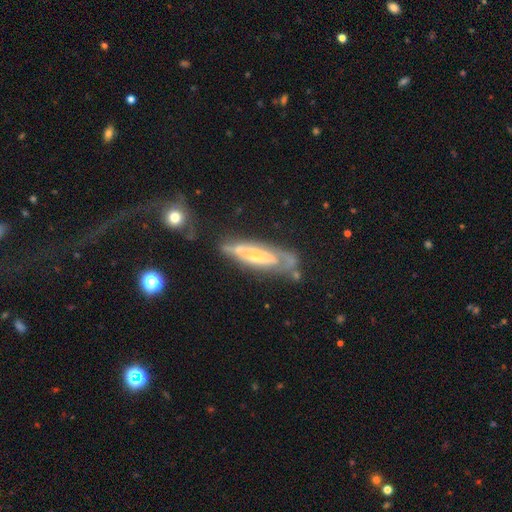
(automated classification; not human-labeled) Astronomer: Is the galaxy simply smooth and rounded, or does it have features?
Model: featured or disk — 69%.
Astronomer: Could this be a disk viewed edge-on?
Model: no — 70%.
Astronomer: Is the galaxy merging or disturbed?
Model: none — 52%.